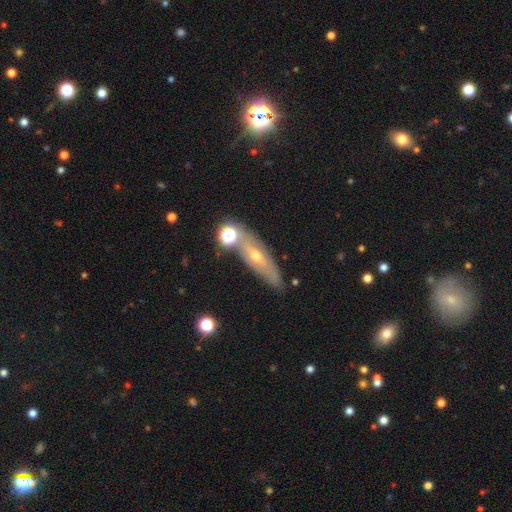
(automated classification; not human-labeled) Smooth or featured?
  - featured or disk: 57% *
  - smooth: 33%
  - star or artifact: 10%
Edge-on disk?
  - no: 52% *
  - yes: 48%
Merging?
  - none: 70% *
  - minor disturbance: 16%
  - merger: 10%
  - major disturbance: 5%